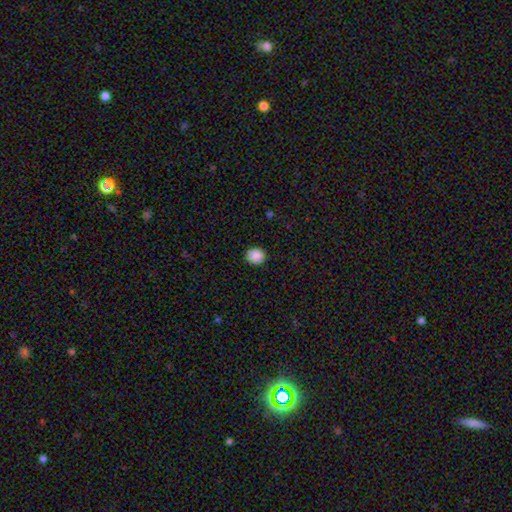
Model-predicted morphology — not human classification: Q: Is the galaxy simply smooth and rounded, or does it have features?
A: smooth — 89%.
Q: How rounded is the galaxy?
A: round — 81%.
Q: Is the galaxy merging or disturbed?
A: none — 91%.